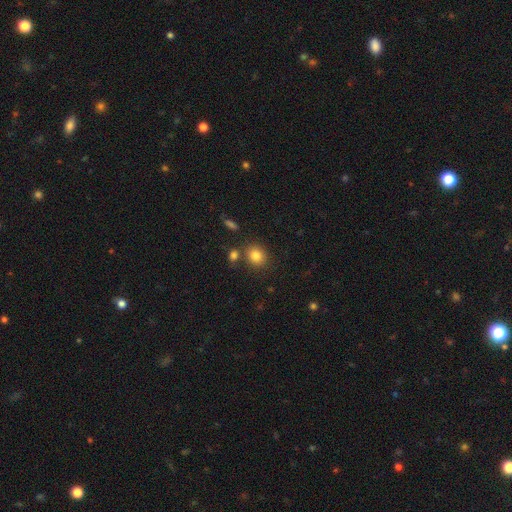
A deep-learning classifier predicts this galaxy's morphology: Smooth or featured? Predicted: smooth (p=0.83). How rounded? Predicted: round (p=0.67). Merging? Predicted: none (p=0.76).